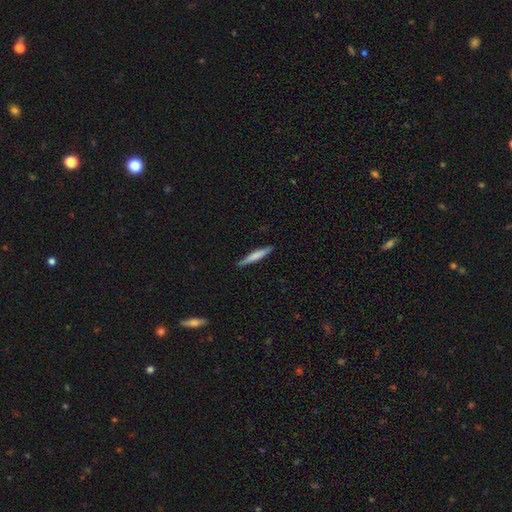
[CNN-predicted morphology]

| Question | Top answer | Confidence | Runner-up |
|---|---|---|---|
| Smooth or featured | smooth | 61% | featured or disk (34%) |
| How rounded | cigar-shaped | 94% | in between (5%) |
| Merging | none | 90% | minor disturbance (7%) |